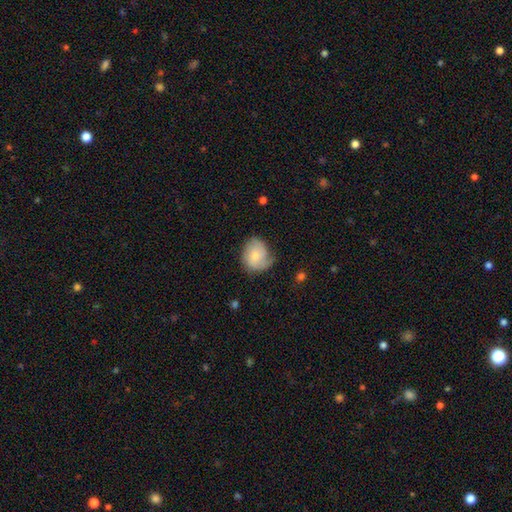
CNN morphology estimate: Smooth or featured: smooth — 59% (featured or disk — 34%)
How rounded: round — 64% (in between — 35%)
Merging: none — 51% (minor disturbance — 34%)